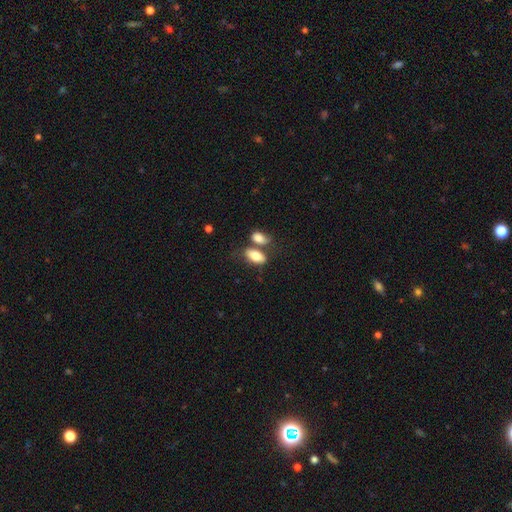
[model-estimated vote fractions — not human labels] Smooth or featured? smooth (80%)
How rounded? in between (88%)
Merging? none (45%)